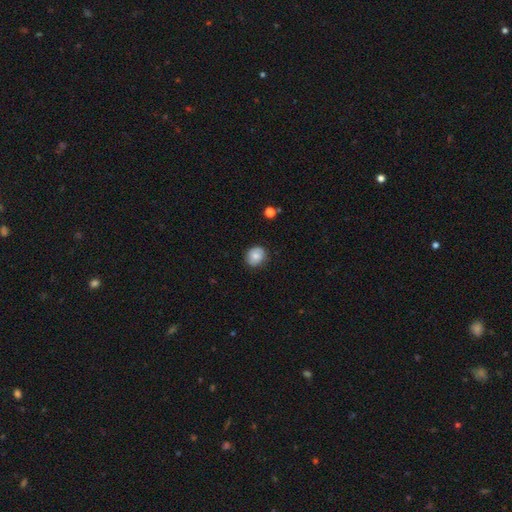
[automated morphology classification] smooth_or_featured: smooth (p=0.71) [alt: featured or disk p=0.21]
how_rounded: round (p=0.72) [alt: in between p=0.27]
merging: none (p=0.81) [alt: minor disturbance p=0.15]